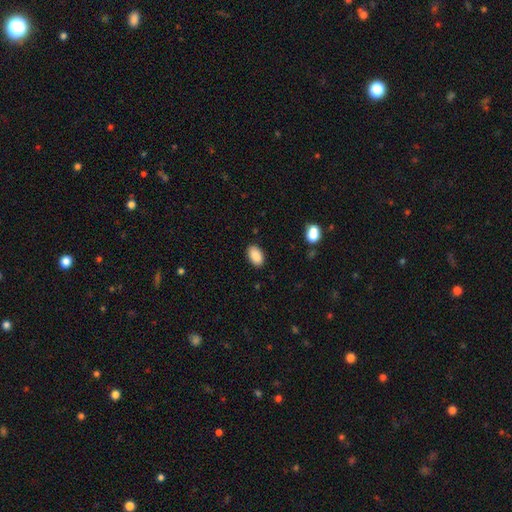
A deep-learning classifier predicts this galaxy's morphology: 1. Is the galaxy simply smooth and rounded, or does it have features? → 89% smooth, 7% star or artifact, 4% featured or disk.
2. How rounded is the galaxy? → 93% in between, 6% round, 2% cigar-shaped.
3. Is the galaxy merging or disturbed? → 88% none, 9% minor disturbance, 2% major disturbance, 1% merger.